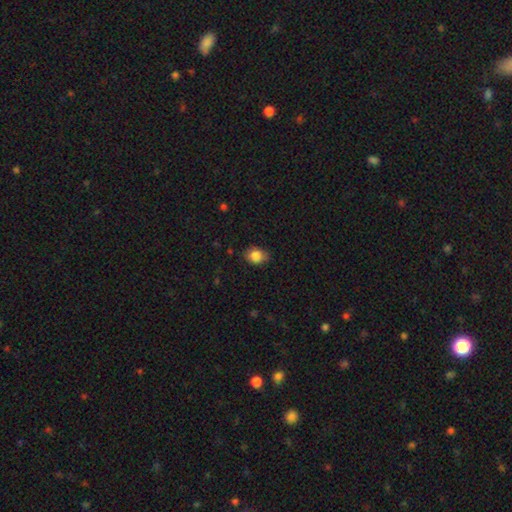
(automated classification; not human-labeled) smooth-or-featured: smooth: 85% | star or artifact: 8% | featured or disk: 7%
  how-rounded: in between: 67% | round: 32% | cigar-shaped: 1%
  merging: none: 76% | minor disturbance: 20% | major disturbance: 3% | merger: 1%